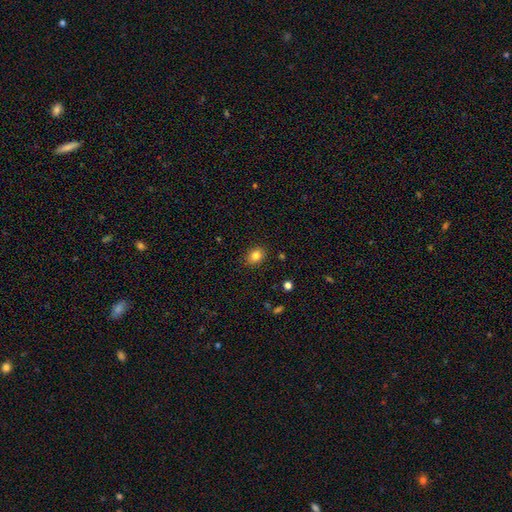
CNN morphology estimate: Smooth or featured?
  - smooth: 83% *
  - star or artifact: 11%
  - featured or disk: 6%
How rounded?
  - round: 50% *
  - in between: 49%
  - cigar-shaped: 1%
Merging?
  - none: 87% *
  - minor disturbance: 9%
  - major disturbance: 2%
  - merger: 1%